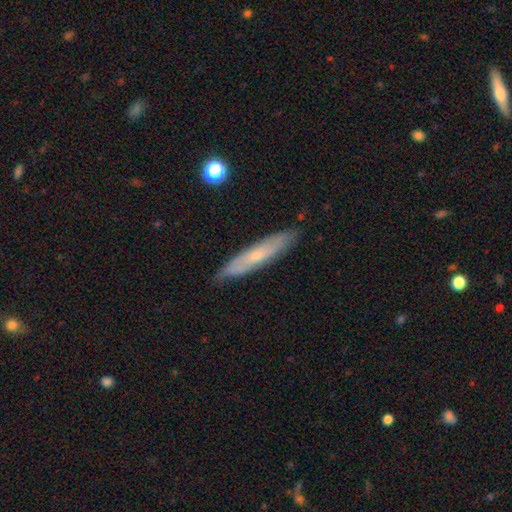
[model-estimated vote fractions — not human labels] The model was most divided on "smooth or featured": featured or disk: 51%, smooth: 43%, star or artifact: 7%. More confident: merging — none (85%); edge-on disk — yes (62%).